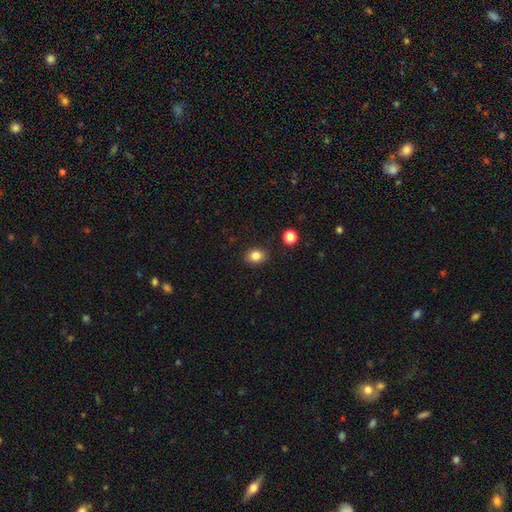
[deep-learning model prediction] A smooth galaxy with no disk features (83%) that is in between round and cigar-shaped (54%).

Vote fractions:
- Smooth or featured? smooth: 83% / star or artifact: 11% / featured or disk: 6%
- How rounded? in between: 54% / round: 45% / cigar-shaped: 1%
- Merging? none: 86% / minor disturbance: 10% / major disturbance: 2% / merger: 2%